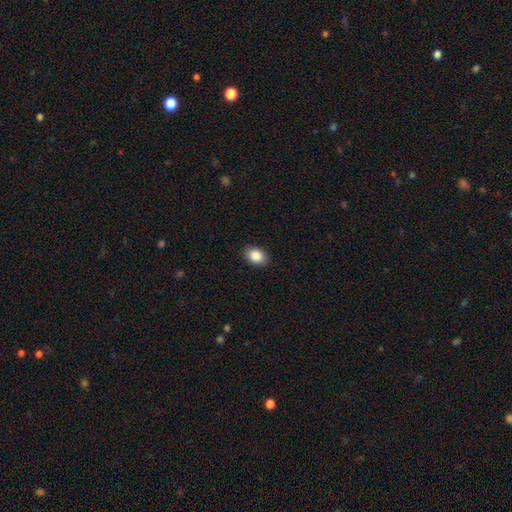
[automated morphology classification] smooth 88%, star or artifact 8%, featured or disk 5%. Down the decision tree: how rounded — in between (80%); merging — none (88%).